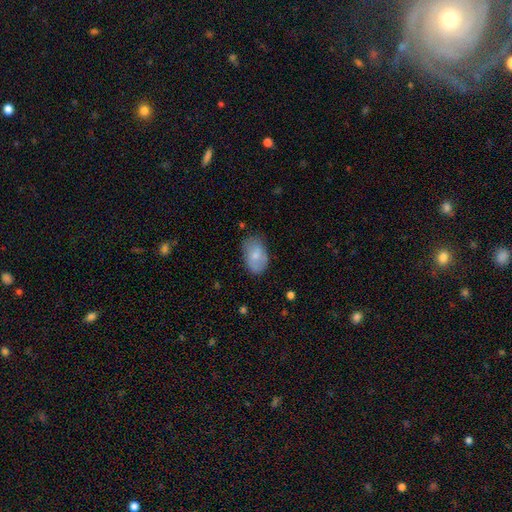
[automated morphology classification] A smooth galaxy with no disk features (72%) that is in between round and cigar-shaped (91%). Merging: none (72%).